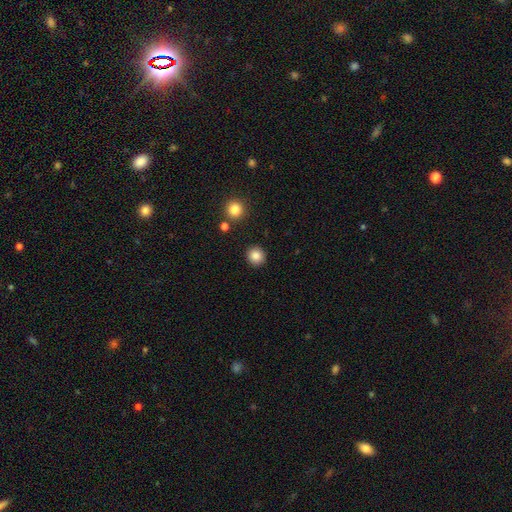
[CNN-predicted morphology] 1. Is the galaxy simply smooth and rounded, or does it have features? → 86% smooth, 10% star or artifact, 4% featured or disk.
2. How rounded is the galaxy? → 92% round, 7% in between, 1% cigar-shaped.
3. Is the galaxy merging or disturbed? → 91% none, 5% minor disturbance, 2% major disturbance, 2% merger.